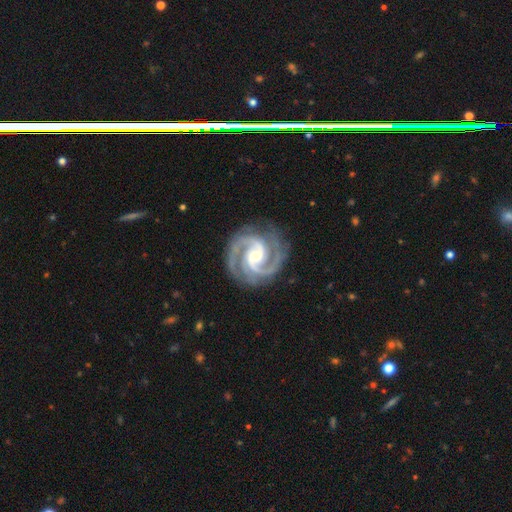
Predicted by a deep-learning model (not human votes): A featured or disk galaxy (94%) with a weak bar (43%), 2 (51%) tight (51%) spiral arms (99%) and a small central bulge (56%). Merging: none (81%).